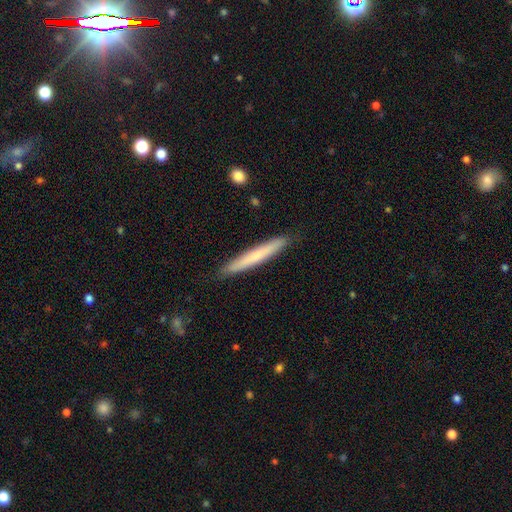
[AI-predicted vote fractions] A smooth galaxy with no disk features (63%) that is cigar-shaped (96%). Merging: none (90%).